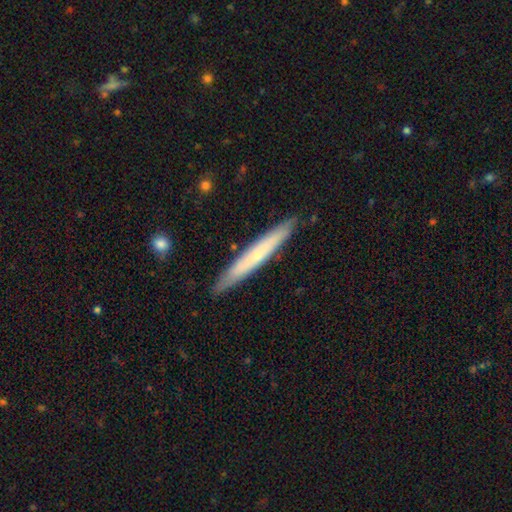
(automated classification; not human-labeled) smooth_or_featured: smooth (p=0.48) [alt: featured or disk p=0.46]
merging: none (p=0.89) [alt: minor disturbance p=0.08]